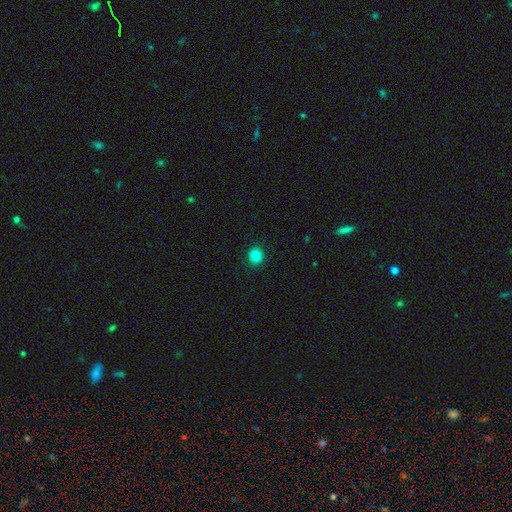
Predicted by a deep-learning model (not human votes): The model was most divided on "how rounded": round: 84%, in between: 15%, cigar-shaped: 1%. More confident: merging — none (92%); smooth or featured — smooth (83%).